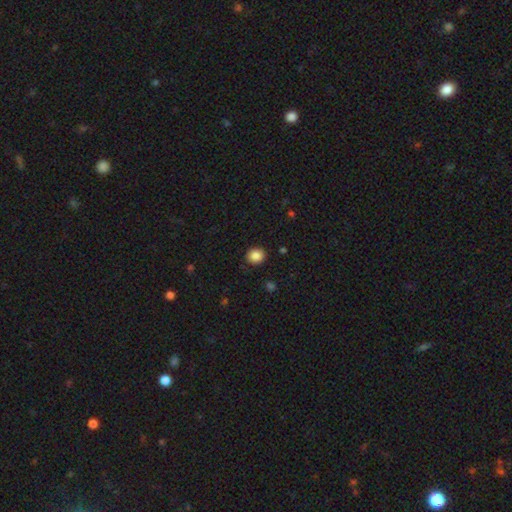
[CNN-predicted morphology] Smooth or featured?
  - smooth: 87% *
  - star or artifact: 9%
  - featured or disk: 4%
How rounded?
  - round: 71% *
  - in between: 28%
  - cigar-shaped: 1%
Merging?
  - none: 89% *
  - minor disturbance: 8%
  - major disturbance: 2%
  - merger: 1%